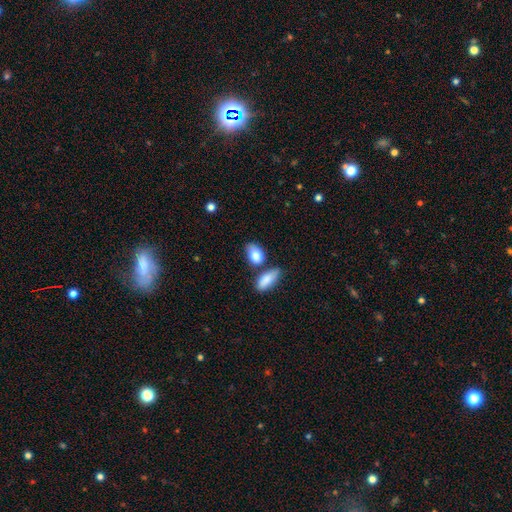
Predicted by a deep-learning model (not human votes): Smooth or featured? smooth (85%)
How rounded? in between (86%)
Merging? none (48%)